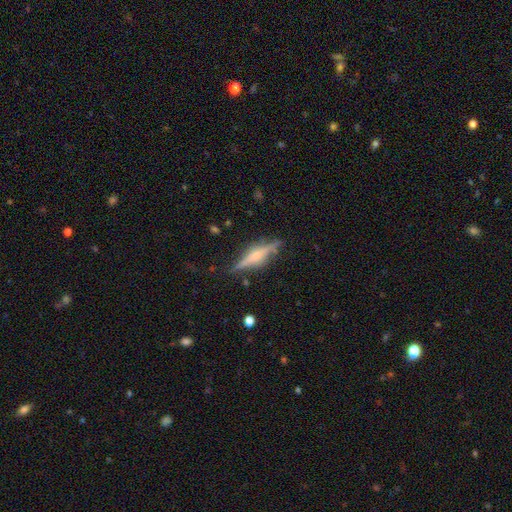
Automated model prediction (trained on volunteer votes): The model was most divided on "smooth or featured": featured or disk: 70%, smooth: 23%, star or artifact: 7%. More confident: edge-on disk — yes (97%); merging — none (84%); edge-on bulge — rounded (69%).